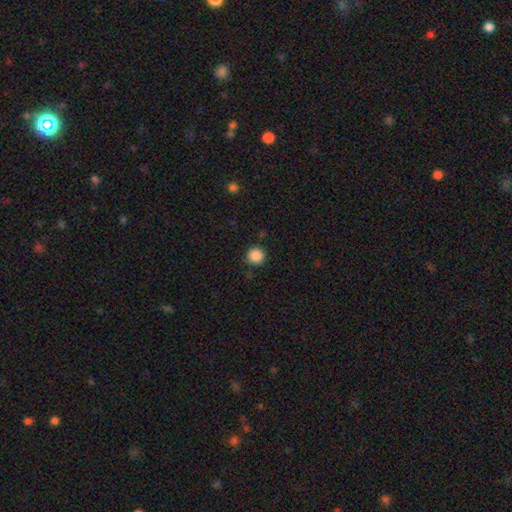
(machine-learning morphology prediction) Overall: smooth (87%). How rounded: round (95%). Merging: none (89%).